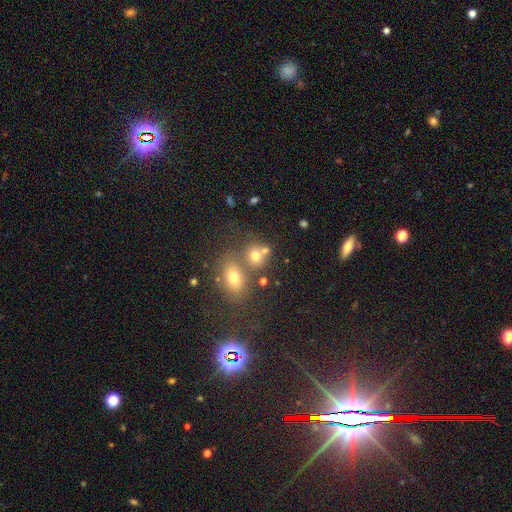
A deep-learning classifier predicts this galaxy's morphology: type=smooth (69%); roundness=round (66%); merging=none (48%).